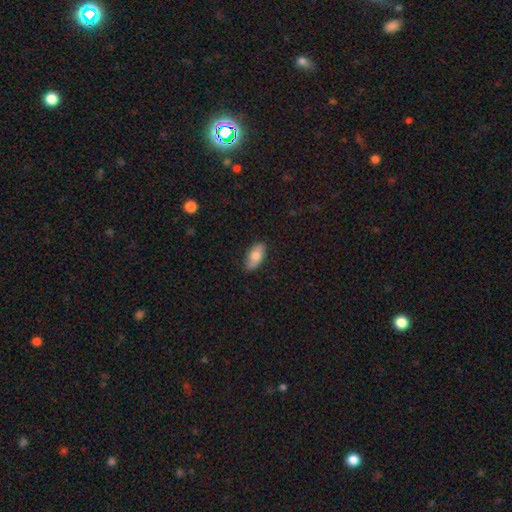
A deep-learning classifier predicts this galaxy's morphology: This is likely a smooth galaxy (74%). How rounded: clearly in between (91%). Merging: clearly none (83%).